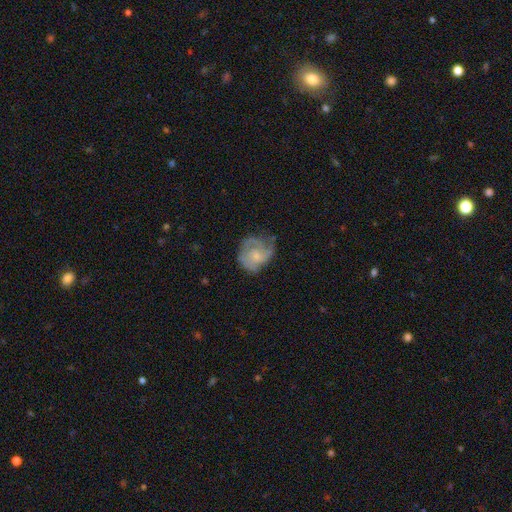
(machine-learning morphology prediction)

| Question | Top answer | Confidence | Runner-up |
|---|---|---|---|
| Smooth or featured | featured or disk | 68% | smooth (25%) |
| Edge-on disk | no | 98% | yes (2%) |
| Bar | no | 76% | weak (21%) |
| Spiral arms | yes | 87% | no (13%) |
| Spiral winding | medium | 44% | tight (37%) |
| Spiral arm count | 3 | 39% | 2 (22%) |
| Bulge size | small | 63% | moderate (28%) |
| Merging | none | 52% | minor disturbance (28%) |